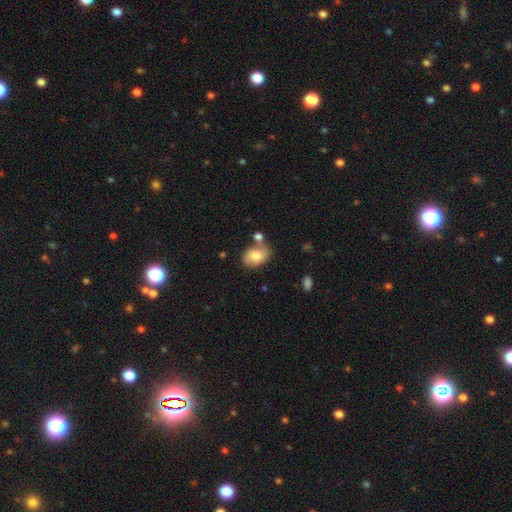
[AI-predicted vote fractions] smooth_or_featured: smooth (p=0.70) [alt: featured or disk p=0.22]
how_rounded: in between (p=0.79) [alt: round p=0.20]
merging: none (p=0.56) [alt: minor disturbance p=0.21]